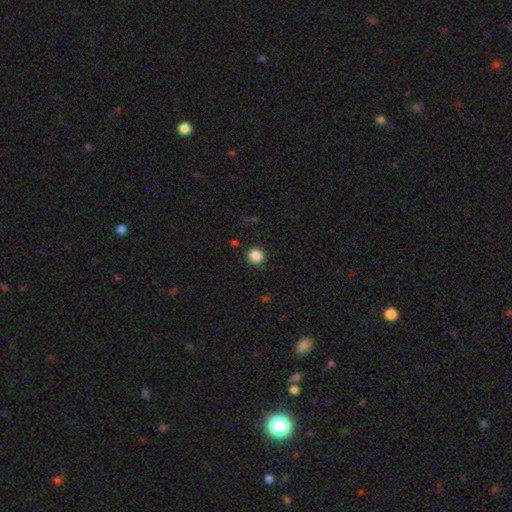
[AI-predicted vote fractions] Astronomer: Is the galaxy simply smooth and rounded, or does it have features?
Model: smooth — 86%.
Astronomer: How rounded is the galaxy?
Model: round — 93%.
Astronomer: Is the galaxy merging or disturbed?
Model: none — 90%.